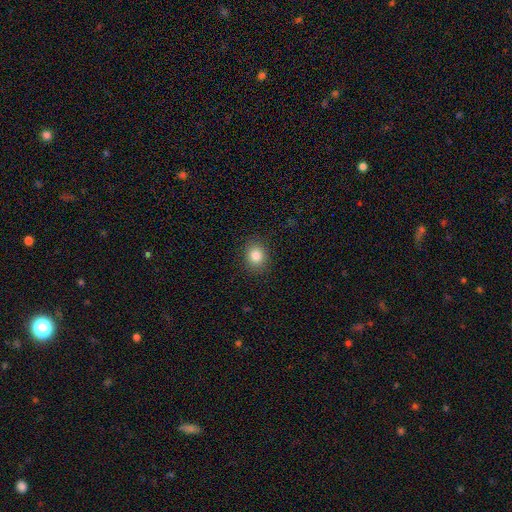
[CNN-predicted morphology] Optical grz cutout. It shows a smooth galaxy with no disk features (84%) that is round (61%). Merging: none (88%).